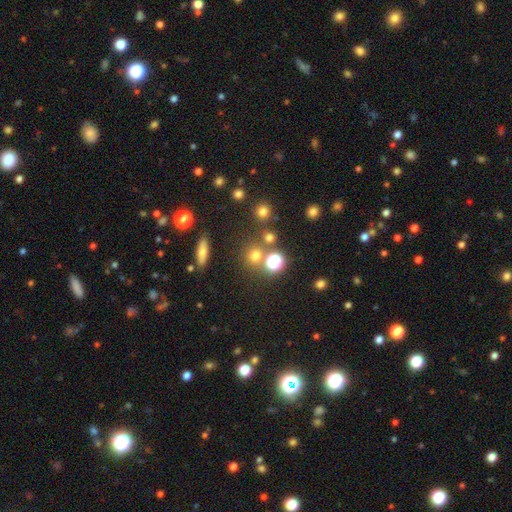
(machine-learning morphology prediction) Smooth or featured? smooth (66%)
How rounded? round (87%)
Merging? none (71%)